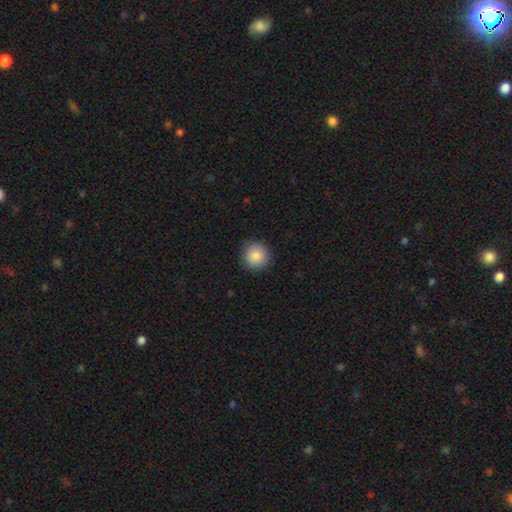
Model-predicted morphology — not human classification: A smooth galaxy with no disk features (87%) that is round (95%).

Vote fractions:
- Smooth or featured? smooth: 87% / star or artifact: 8% / featured or disk: 4%
- How rounded? round: 95% / in between: 4% / cigar-shaped: 1%
- Merging? none: 91% / minor disturbance: 6% / major disturbance: 2% / merger: 1%